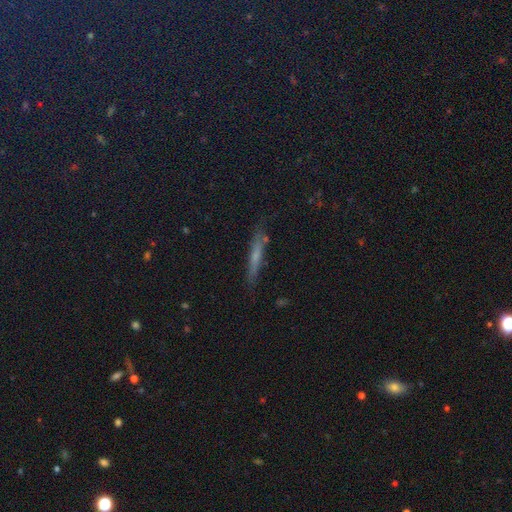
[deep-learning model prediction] This appears to be a smooth galaxy with no disk features (49%). Merging: none (79%).